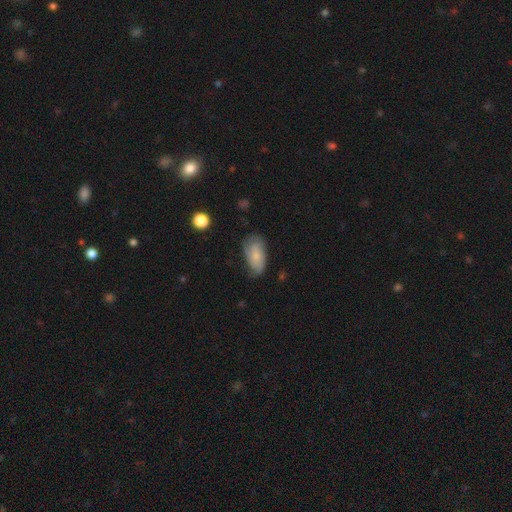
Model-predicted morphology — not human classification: smooth 63%, featured or disk 30%, star or artifact 7%. Down the decision tree: how rounded — in between (92%); merging — none (59%).